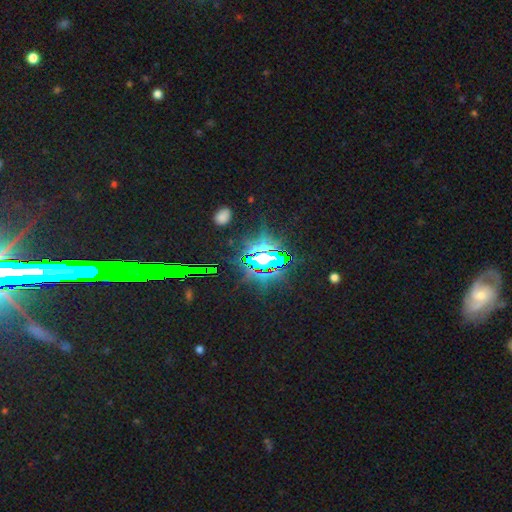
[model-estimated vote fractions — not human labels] Q: Smooth or featured?
A: star or artifact (78%); runner-up: smooth (12%)